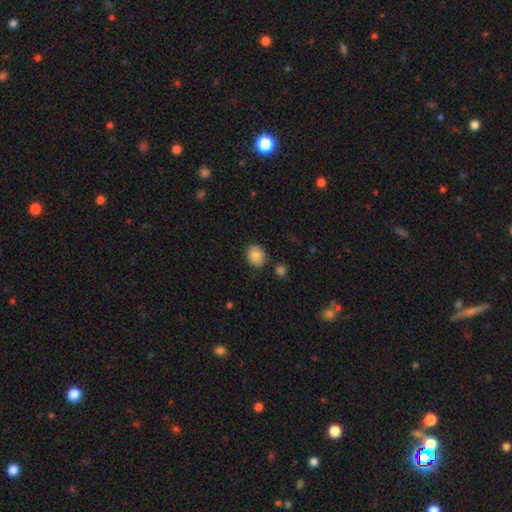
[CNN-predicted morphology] This appears to be a smooth galaxy with no disk features (86%) that is round (61%). Merging: none (82%).